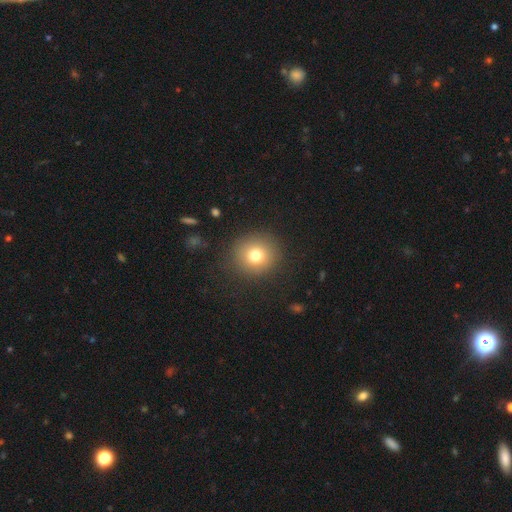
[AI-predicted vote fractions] smooth_or_featured: smooth (p=0.76) [alt: star or artifact p=0.13]
how_rounded: round (p=0.90) [alt: in between p=0.09]
merging: none (p=0.88) [alt: minor disturbance p=0.07]